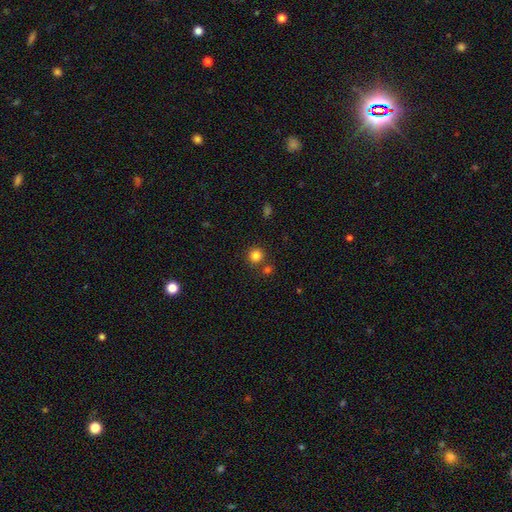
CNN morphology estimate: smooth 83%, star or artifact 13%, featured or disk 5%. Down the decision tree: how rounded — round (93%); merging — none (78%).